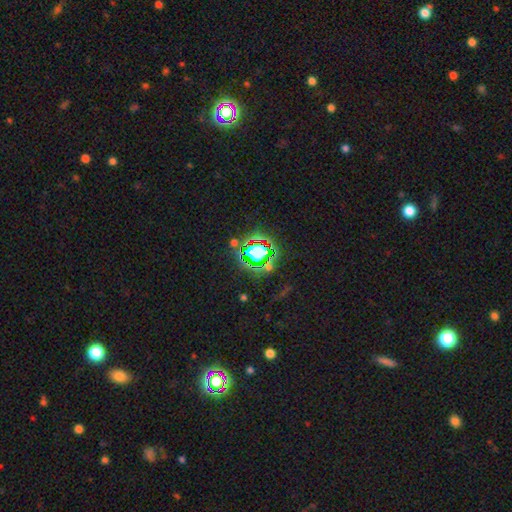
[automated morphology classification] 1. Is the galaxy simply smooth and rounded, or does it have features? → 69% star or artifact, 18% smooth, 13% featured or disk.